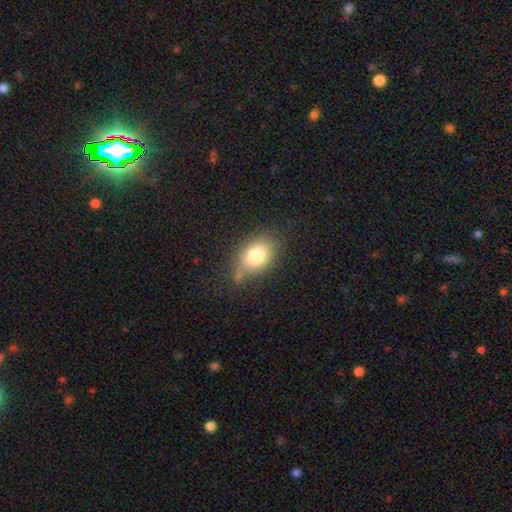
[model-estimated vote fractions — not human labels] This appears to be a smooth galaxy with no disk features (78%) that is in between round and cigar-shaped (73%). Merging: none (59%).